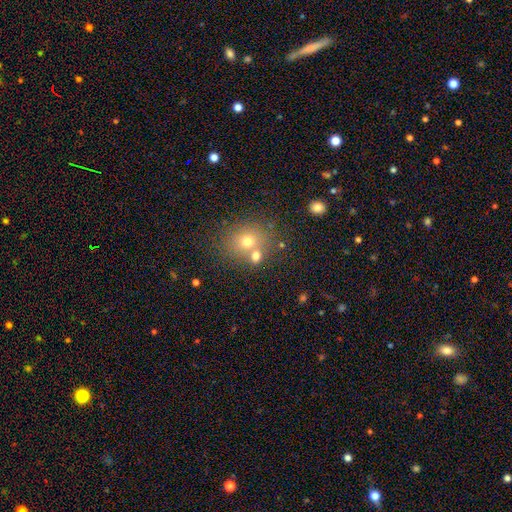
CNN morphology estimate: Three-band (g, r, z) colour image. It shows a smooth galaxy with no disk features (69%) that is round (69%). Merging: none (54%).